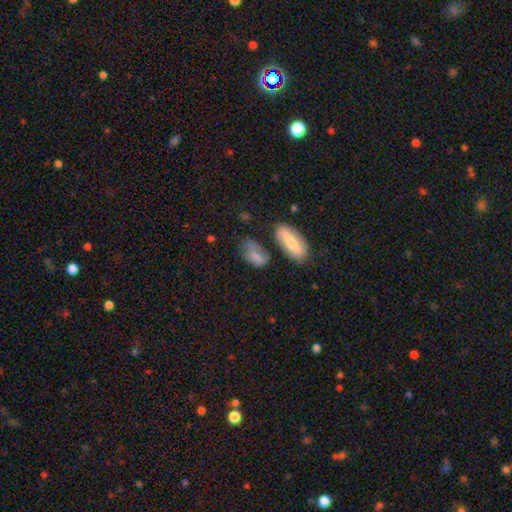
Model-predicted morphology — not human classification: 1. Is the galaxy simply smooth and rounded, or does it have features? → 73% smooth, 17% featured or disk, 10% star or artifact.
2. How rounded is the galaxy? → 87% in between, 6% round, 6% cigar-shaped.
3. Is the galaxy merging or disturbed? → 39% none, 29% minor disturbance, 19% major disturbance, 14% merger.